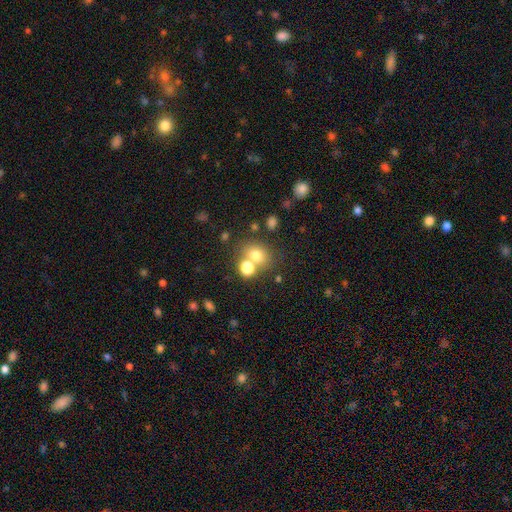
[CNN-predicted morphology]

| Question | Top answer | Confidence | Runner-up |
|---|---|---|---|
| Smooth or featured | smooth | 72% | star or artifact (16%) |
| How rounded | round | 66% | in between (34%) |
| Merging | none | 60% | merger (26%) |